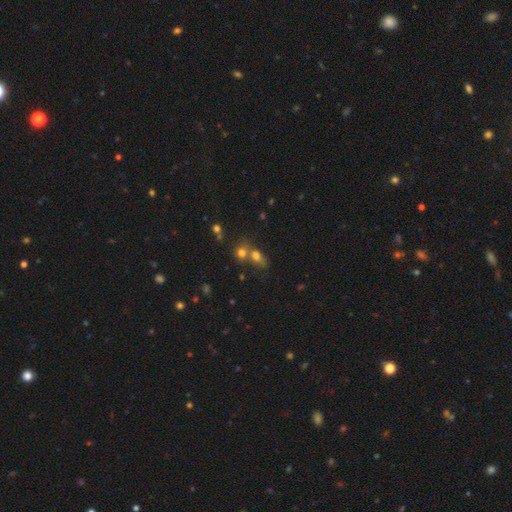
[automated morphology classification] Smooth or featured: smooth — 65% (star or artifact — 19%)
How rounded: round — 49% (in between — 46%)
Merging: merger — 54% (none — 32%)